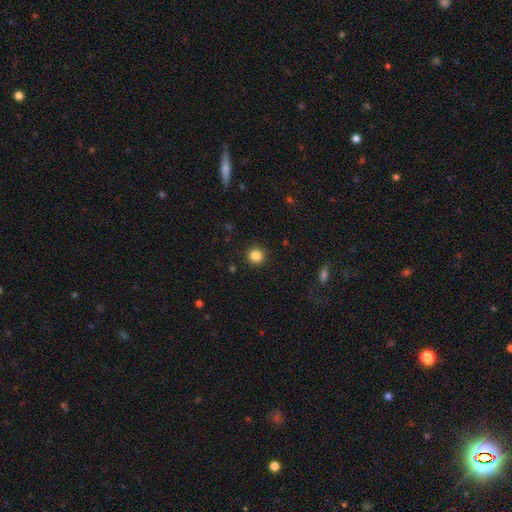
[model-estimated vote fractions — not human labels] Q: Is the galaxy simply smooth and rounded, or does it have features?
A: smooth — 85%.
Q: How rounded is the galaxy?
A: round — 93%.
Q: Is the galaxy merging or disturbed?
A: none — 92%.